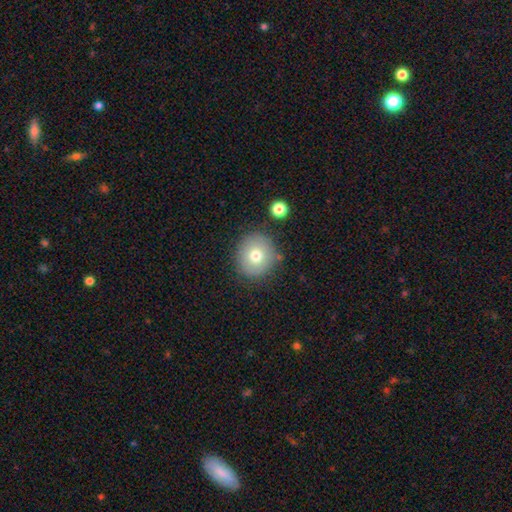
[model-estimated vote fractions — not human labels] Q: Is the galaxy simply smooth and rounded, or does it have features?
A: smooth — 73%.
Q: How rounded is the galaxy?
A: round — 89%.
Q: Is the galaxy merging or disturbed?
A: none — 83%.